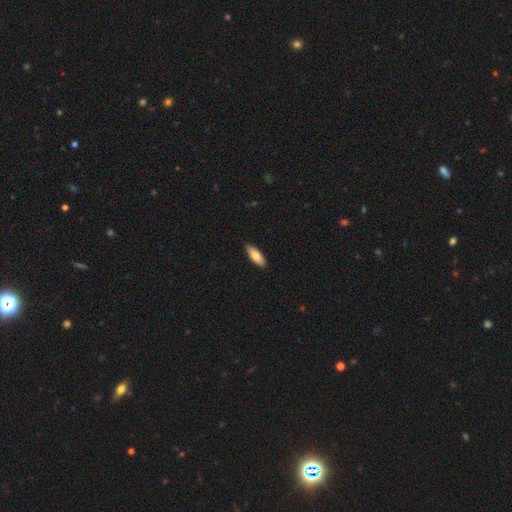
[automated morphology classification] Overall: smooth (82%). How rounded: in between (72%). Merging: none (90%).